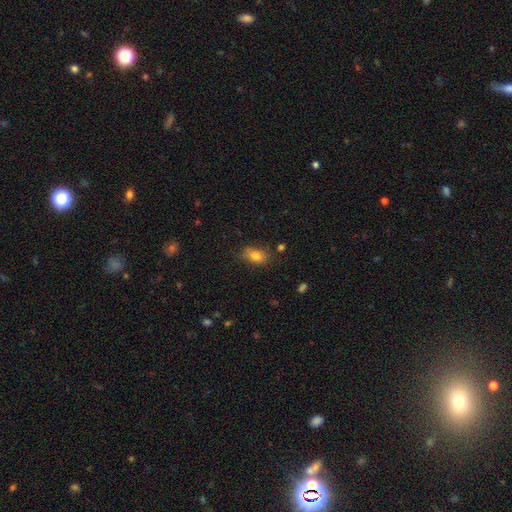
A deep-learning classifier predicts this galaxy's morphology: Smooth or featured: smooth — 80% (featured or disk — 10%)
How rounded: in between — 82% (round — 15%)
Merging: none — 71% (minor disturbance — 21%)